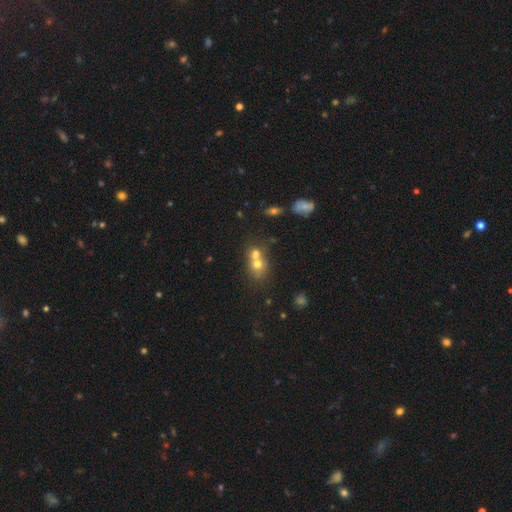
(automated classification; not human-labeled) A smooth galaxy with no disk features (59%) that is round (66%).

Vote fractions:
- Smooth or featured? smooth: 59% / featured or disk: 22% / star or artifact: 19%
- How rounded? round: 66% / in between: 32% / cigar-shaped: 2%
- Merging? merger: 60% / none: 30% / minor disturbance: 7% / major disturbance: 3%